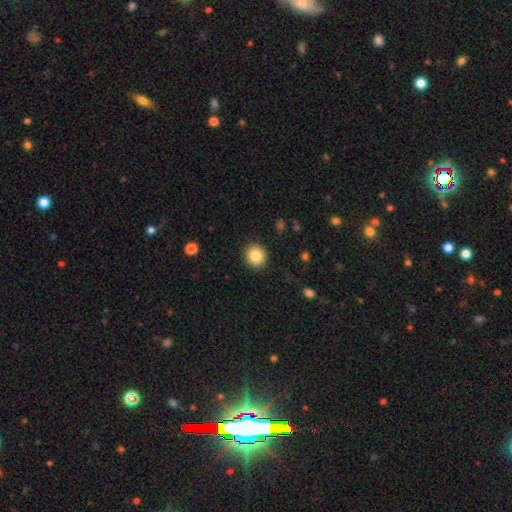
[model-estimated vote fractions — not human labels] smooth-or-featured: smooth: 84% | star or artifact: 9% | featured or disk: 7%
  how-rounded: round: 87% | in between: 12% | cigar-shaped: 1%
  merging: none: 91% | minor disturbance: 6% | major disturbance: 2% | merger: 1%